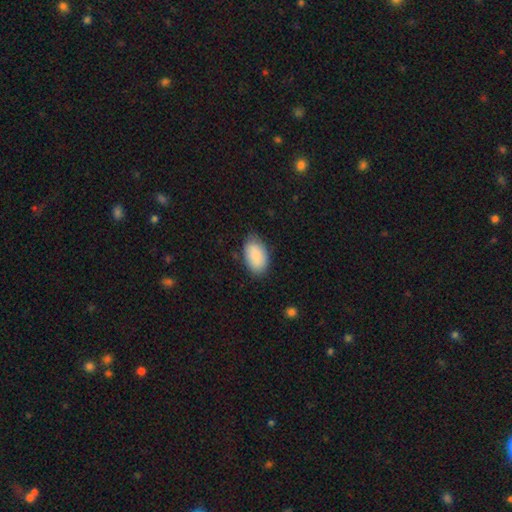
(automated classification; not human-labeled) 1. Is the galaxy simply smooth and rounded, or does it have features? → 88% smooth, 6% featured or disk, 6% star or artifact.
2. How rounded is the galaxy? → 95% in between, 4% round, 1% cigar-shaped.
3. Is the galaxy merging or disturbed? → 77% none, 19% minor disturbance, 3% major disturbance, 1% merger.